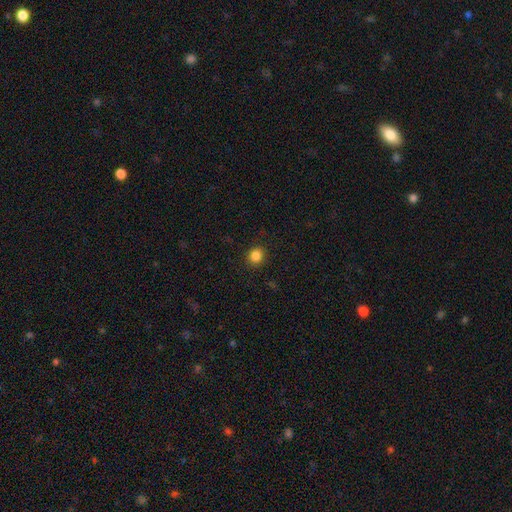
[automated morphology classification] Overall: smooth (85%). How rounded: round (81%). Merging: none (90%).